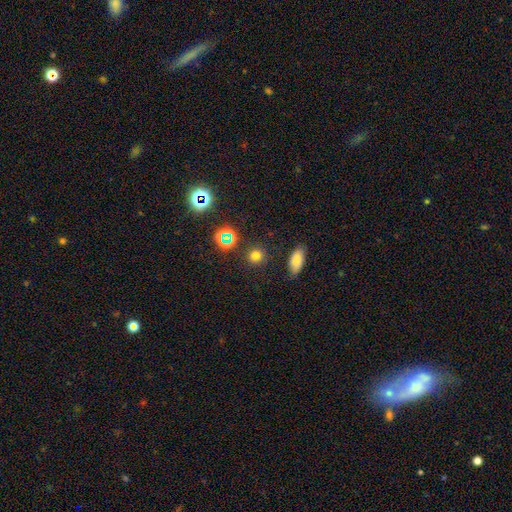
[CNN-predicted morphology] smooth 71%, star or artifact 22%, featured or disk 6%. Down the decision tree: how rounded — round (88%); merging — none (88%).